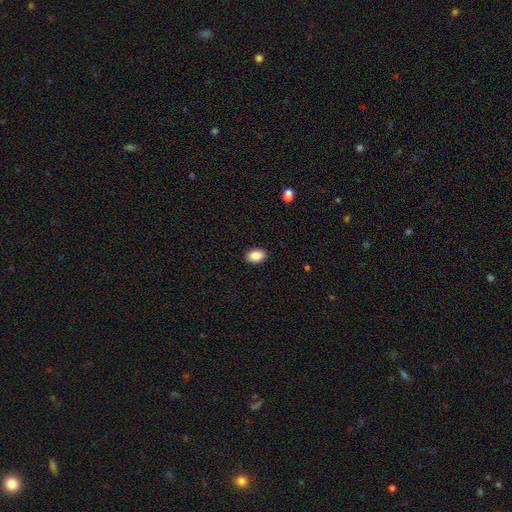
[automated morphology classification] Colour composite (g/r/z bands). It shows a smooth galaxy with no disk features (89%) that is in between round and cigar-shaped (85%). Merging: none (90%).